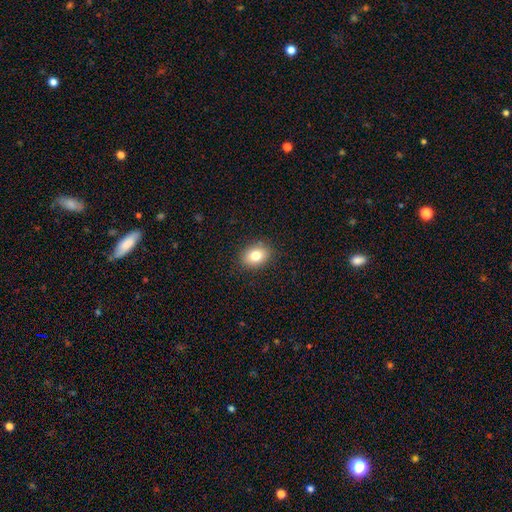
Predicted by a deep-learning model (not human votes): Overall: smooth (81%). How rounded: in between (64%; round 35%). Merging: none (88%).